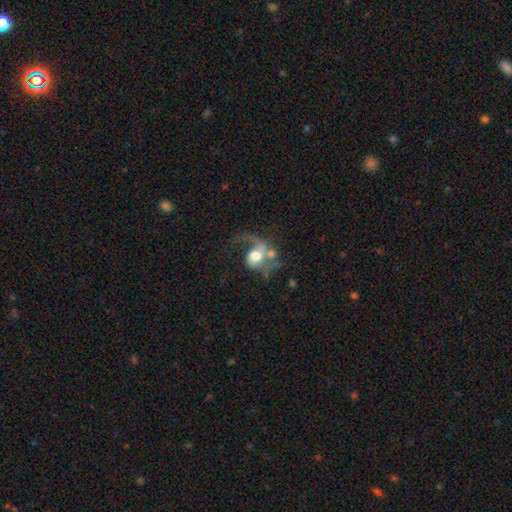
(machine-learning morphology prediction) The model was most divided on "bulge size": moderate: 47%, large: 37%, small: 7%, dominant: 6%, none: 3%. Remaining: edge-on disk — no (97%); spiral arms — yes (82%); bar — no (68%); spiral winding — loose (66%); smooth or featured — featured or disk (64%); spiral arm count — 1 (54%); merging — major disturbance (38%).